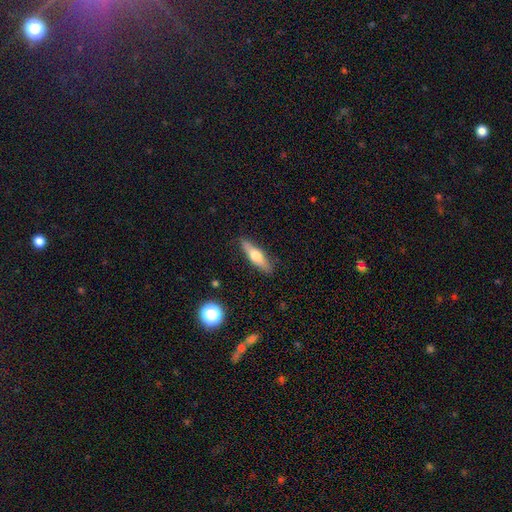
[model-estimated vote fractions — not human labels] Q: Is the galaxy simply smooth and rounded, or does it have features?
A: smooth — 49%.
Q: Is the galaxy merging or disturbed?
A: none — 86%.